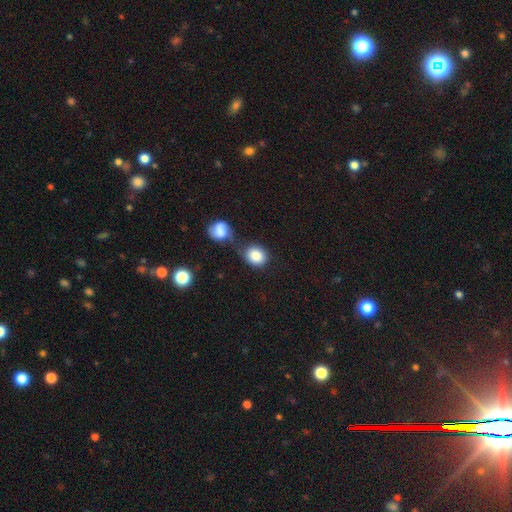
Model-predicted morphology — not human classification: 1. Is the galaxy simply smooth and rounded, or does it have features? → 86% smooth, 8% star or artifact, 6% featured or disk.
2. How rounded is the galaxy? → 63% round, 36% in between, 1% cigar-shaped.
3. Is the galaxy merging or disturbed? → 45% none, 32% merger, 15% minor disturbance, 8% major disturbance.